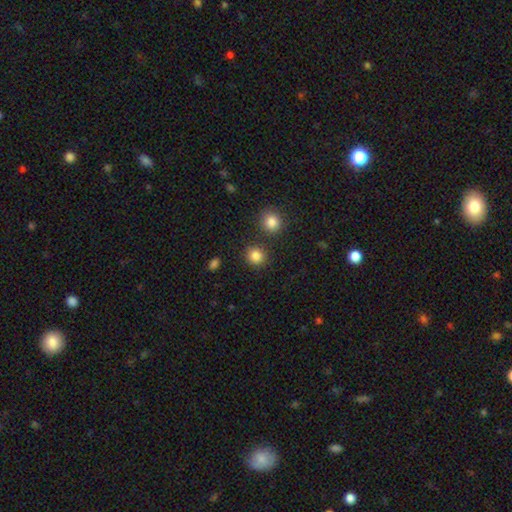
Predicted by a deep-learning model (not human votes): Morphology: type=smooth (85%); roundness=round (87%); merging=none (85%).